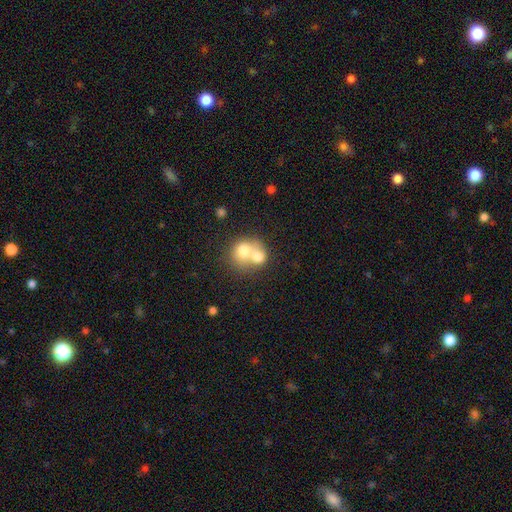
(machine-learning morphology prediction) smooth 67%, featured or disk 23%, star or artifact 10%. Down the decision tree: how rounded — round (70%); merging — merger (69%).